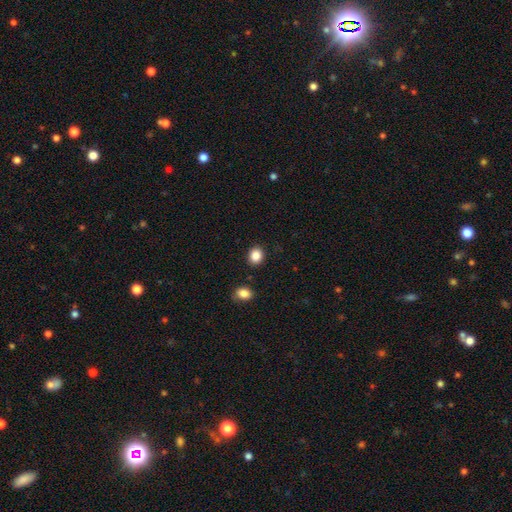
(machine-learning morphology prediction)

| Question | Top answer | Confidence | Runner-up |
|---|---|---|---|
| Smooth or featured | smooth | 87% | star or artifact (9%) |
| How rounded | round | 67% | in between (32%) |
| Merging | none | 88% | minor disturbance (7%) |